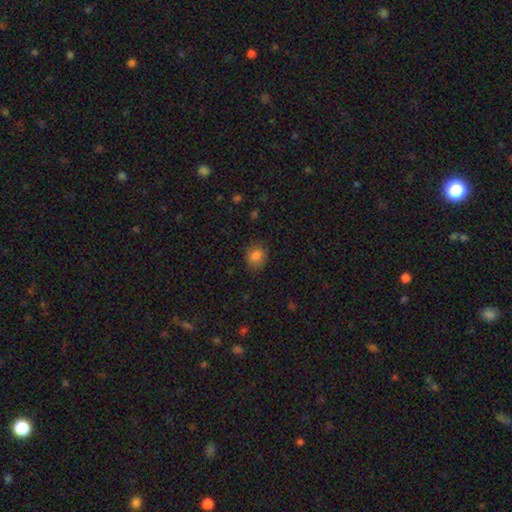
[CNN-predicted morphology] type=smooth (84%); roundness=round (65%); merging=none (81%).